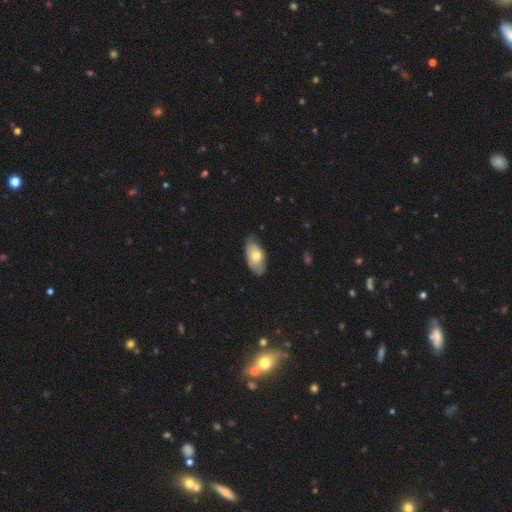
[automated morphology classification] This is likely a smooth galaxy (70%). How rounded: clearly in between (93%). Merging: likely none (72%).